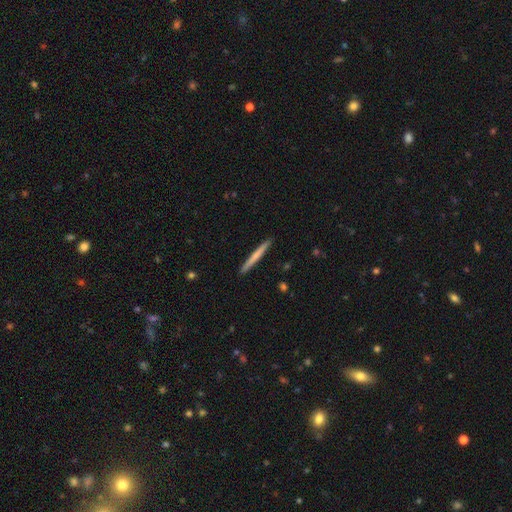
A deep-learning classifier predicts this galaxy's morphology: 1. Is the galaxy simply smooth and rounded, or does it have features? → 61% smooth, 34% featured or disk, 5% star or artifact.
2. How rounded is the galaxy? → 97% cigar-shaped, 2% in between, 1% round.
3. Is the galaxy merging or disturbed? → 92% none, 5% minor disturbance, 1% major disturbance, 1% merger.